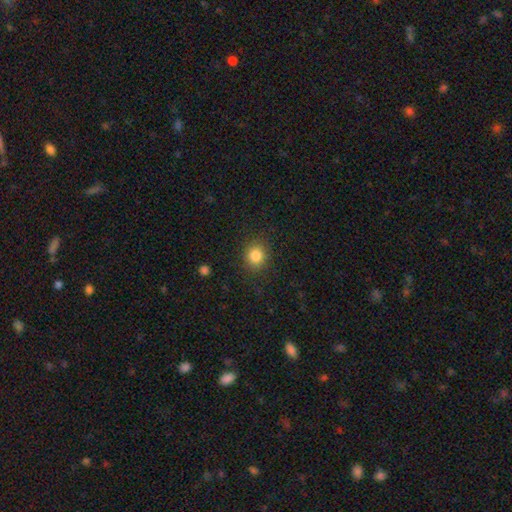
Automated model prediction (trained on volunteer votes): Overall: smooth (84%). How rounded: round (78%). Merging: none (87%).